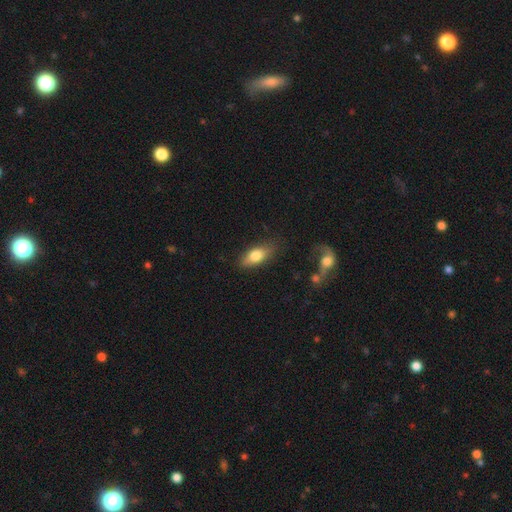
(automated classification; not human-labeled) A smooth galaxy with no disk features (72%) that is in between round and cigar-shaped (78%). Merging: none (79%).